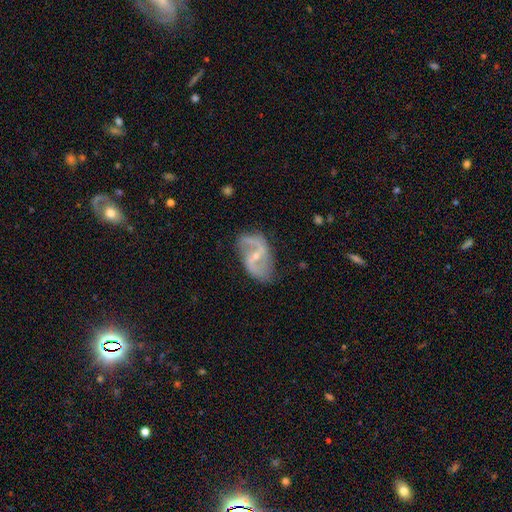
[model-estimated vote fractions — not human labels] smooth_or_featured: featured or disk (p=0.87) [alt: smooth p=0.08]
disk_edge_on: no (p=0.97) [alt: yes p=0.03]
bar: weak (p=0.49) [alt: strong p=0.31]
has_spiral_arms: yes (p=0.93) [alt: no p=0.07]
spiral_winding: loose (p=0.58) [alt: medium p=0.33]
spiral_arm_count: 2 (p=0.91) [alt: can't tell p=0.04]
bulge_size: small (p=0.69) [alt: moderate p=0.25]
merging: none (p=0.70) [alt: minor disturbance p=0.20]